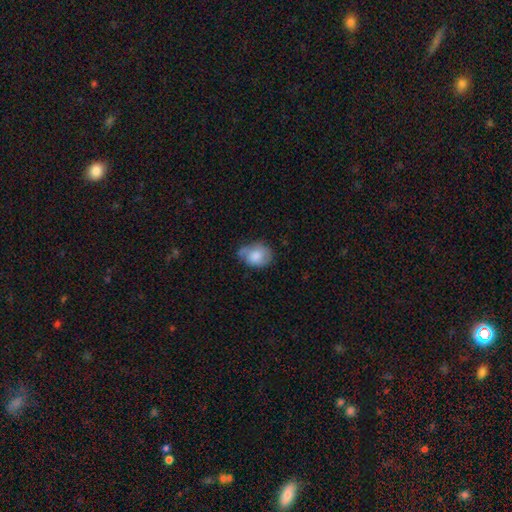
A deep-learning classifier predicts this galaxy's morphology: Overall: smooth (71%). How rounded: in between (63%; round 36%). Merging: none (46%; minor disturbance 37%).